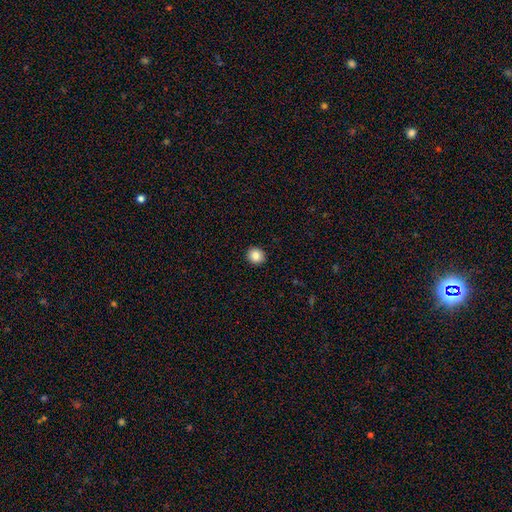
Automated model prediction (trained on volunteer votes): Overall: smooth (86%). How rounded: round (86%). Merging: none (93%).